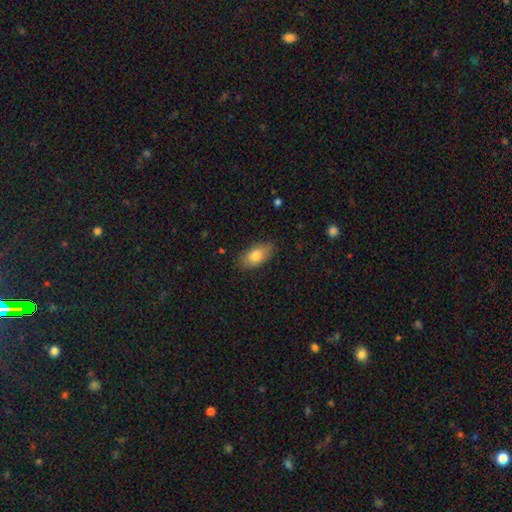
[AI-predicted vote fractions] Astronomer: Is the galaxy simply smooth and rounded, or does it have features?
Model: smooth — 79%.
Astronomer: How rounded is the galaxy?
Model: in between — 90%.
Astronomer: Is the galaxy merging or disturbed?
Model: none — 81%.